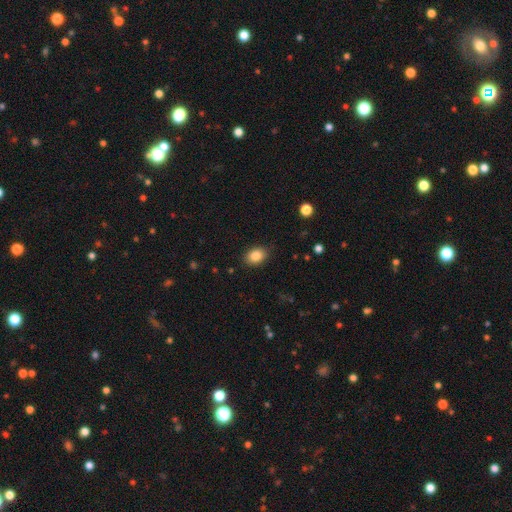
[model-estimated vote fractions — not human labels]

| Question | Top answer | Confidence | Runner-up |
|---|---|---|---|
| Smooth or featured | smooth | 86% | star or artifact (9%) |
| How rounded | in between | 70% | round (29%) |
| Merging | none | 86% | minor disturbance (10%) |